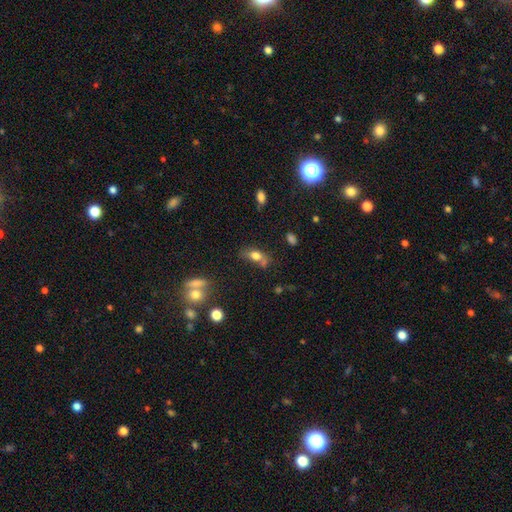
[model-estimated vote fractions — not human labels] smooth-or-featured: smooth: 72% | featured or disk: 17% | star or artifact: 11%
  how-rounded: in between: 76% | round: 15% | cigar-shaped: 9%
  merging: none: 44% | merger: 24% | minor disturbance: 22% | major disturbance: 10%